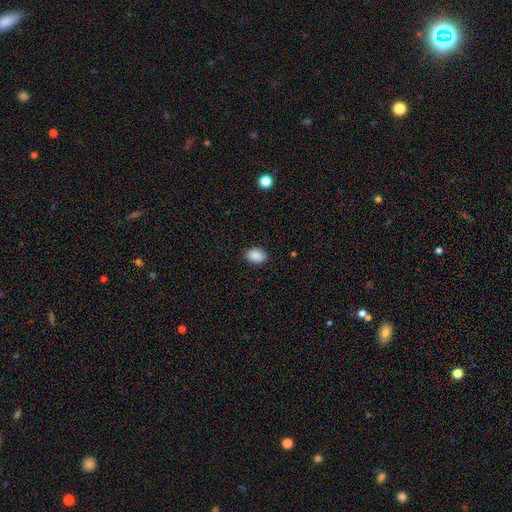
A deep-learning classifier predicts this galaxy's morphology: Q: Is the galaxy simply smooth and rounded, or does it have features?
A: smooth — 89%.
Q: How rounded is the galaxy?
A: in between — 81%.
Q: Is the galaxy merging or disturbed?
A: none — 84%.